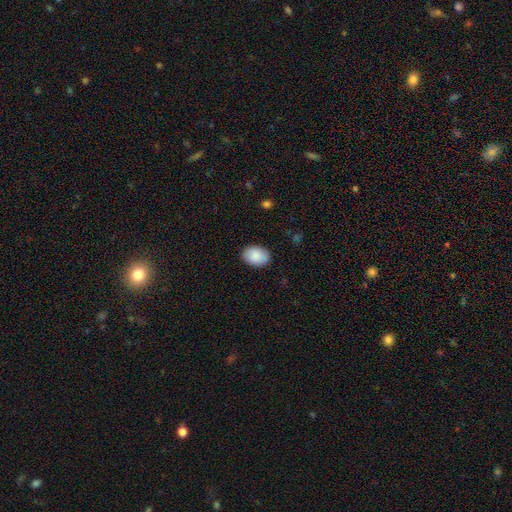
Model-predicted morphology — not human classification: This is clearly a smooth galaxy (89%). How rounded: likely in between (74%). Merging: clearly none (87%).